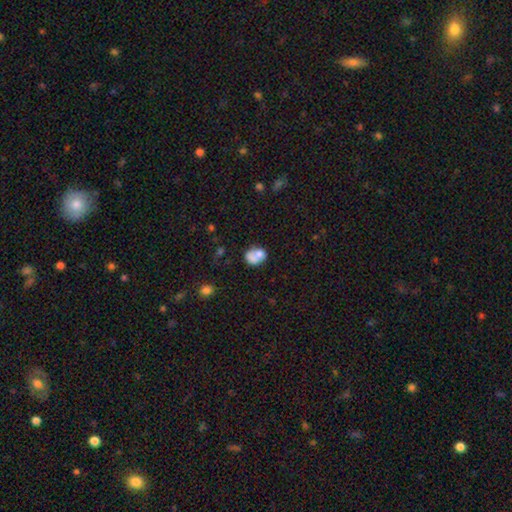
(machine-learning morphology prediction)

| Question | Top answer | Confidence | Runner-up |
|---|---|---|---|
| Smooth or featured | smooth | 69% | featured or disk (21%) |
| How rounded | round | 54% | in between (45%) |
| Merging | merger | 50% | none (29%) |